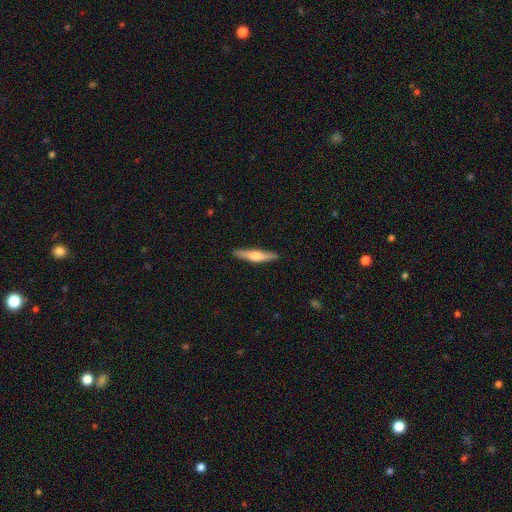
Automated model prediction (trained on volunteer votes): This appears to be a featured or disk galaxy (48%). Merging: none (90%).